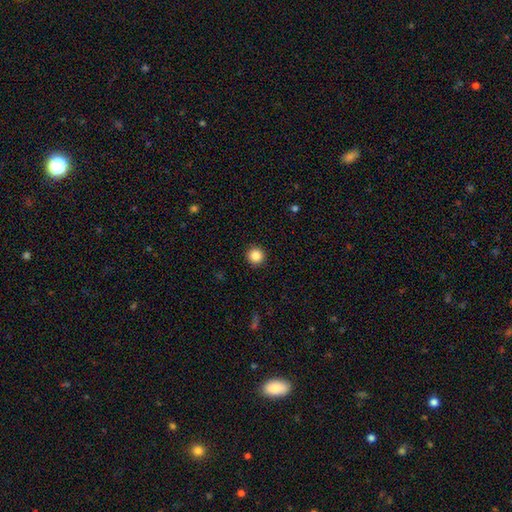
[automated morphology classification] Smooth or featured?
  - smooth: 86% *
  - star or artifact: 10%
  - featured or disk: 3%
How rounded?
  - round: 96% *
  - in between: 3%
  - cigar-shaped: 1%
Merging?
  - none: 93% *
  - minor disturbance: 4%
  - major disturbance: 2%
  - merger: 1%